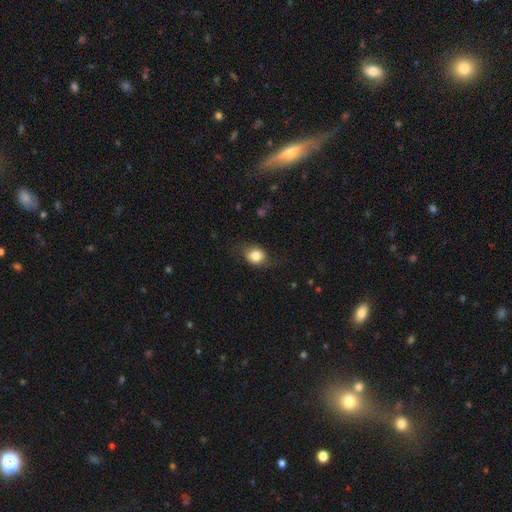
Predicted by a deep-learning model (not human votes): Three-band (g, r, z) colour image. It shows a smooth galaxy with no disk features (78%) that is round (53%). Merging: none (67%).